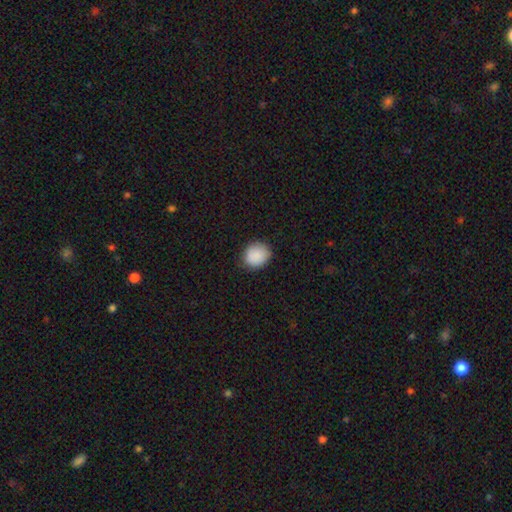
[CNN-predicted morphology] Q: Smooth or featured?
A: smooth (89%); runner-up: star or artifact (8%)
Q: How rounded?
A: round (77%); runner-up: in between (22%)
Q: Merging?
A: none (85%); runner-up: minor disturbance (11%)